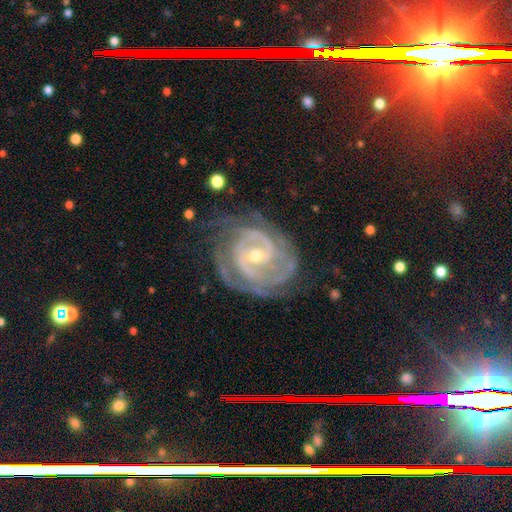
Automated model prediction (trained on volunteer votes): featured or disk 90%, smooth 5%, star or artifact 5%. Down the decision tree: edge-on disk — no (97%); bar — no (51%); spiral arms — yes (96%); spiral arm count — 2 (33%); spiral winding — tight (72%); bulge size — small (52%); merging — none (64%).